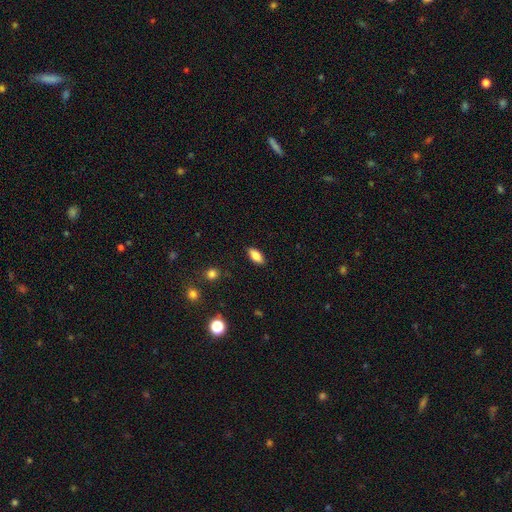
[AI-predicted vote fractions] smooth_or_featured: smooth (p=0.82) [alt: featured or disk p=0.10]
how_rounded: in between (p=0.86) [alt: cigar-shaped p=0.11]
merging: none (p=0.88) [alt: minor disturbance p=0.09]